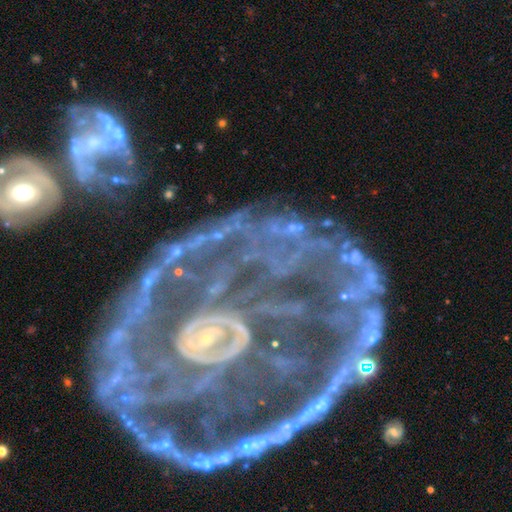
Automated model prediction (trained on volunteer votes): smooth-or-featured: featured or disk: 66% | star or artifact: 23% | smooth: 10%
  disk-edge-on: no: 94% | yes: 6%
    bar: no: 51% | strong: 25% | weak: 24%
    has-spiral-arms: yes: 85% | no: 15%
      spiral-winding: tight: 63% | medium: 26% | loose: 11%
      spiral-arm-count: can't tell: 30% | 2: 21% | 3: 15% | more than 4: 12% | 4: 11% | 1: 11%
    bulge-size: small: 61% | moderate: 23% | none: 8% | large: 6% | dominant: 3%
  merging: none: 48% | major disturbance: 21% | minor disturbance: 17% | merger: 13%